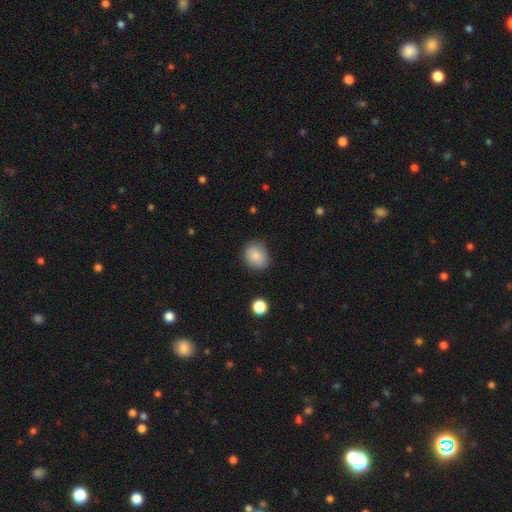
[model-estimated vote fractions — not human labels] Q: Smooth or featured?
A: smooth (83%); runner-up: star or artifact (9%)
Q: How rounded?
A: round (58%); runner-up: in between (41%)
Q: Merging?
A: none (78%); runner-up: minor disturbance (17%)